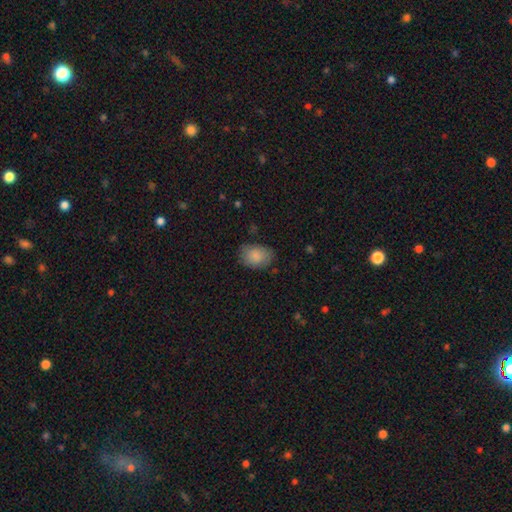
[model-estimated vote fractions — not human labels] The model was most divided on "merging": none: 72%, minor disturbance: 21%, major disturbance: 5%, merger: 1%. More confident: smooth or featured — smooth (86%); how rounded — in between (79%).